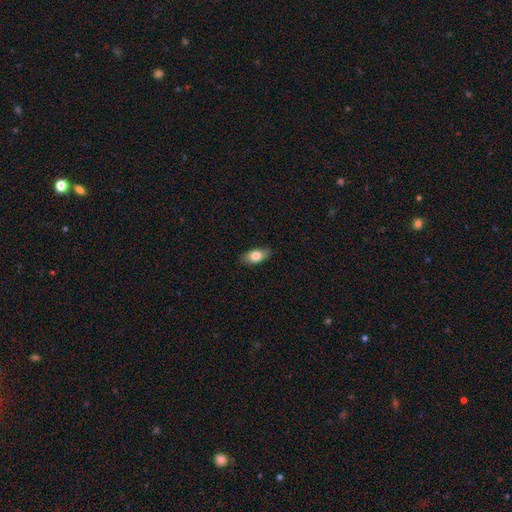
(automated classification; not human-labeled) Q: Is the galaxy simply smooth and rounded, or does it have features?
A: smooth — 78%.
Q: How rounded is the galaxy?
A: in between — 87%.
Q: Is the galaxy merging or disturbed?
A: none — 87%.